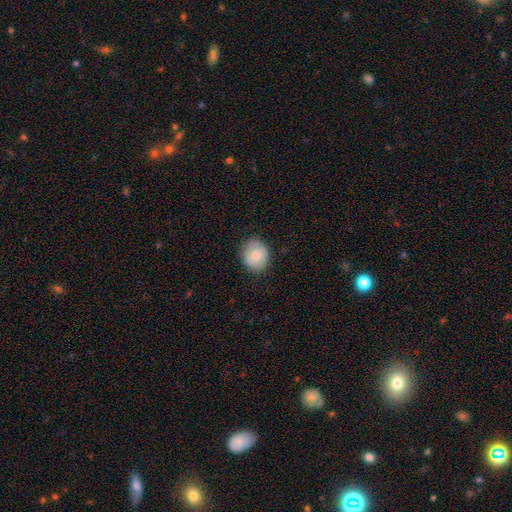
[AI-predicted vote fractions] smooth 75%, featured or disk 17%, star or artifact 8%. Down the decision tree: how rounded — round (70%); merging — none (79%).